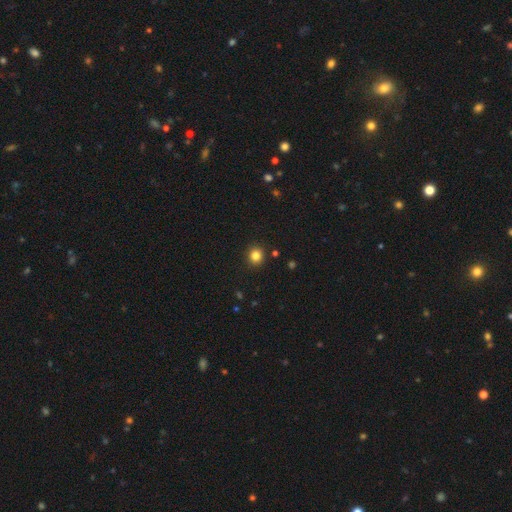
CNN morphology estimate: A smooth galaxy with no disk features (83%) that is round (87%).

Vote fractions:
- Smooth or featured? smooth: 83% / star or artifact: 12% / featured or disk: 5%
- How rounded? round: 87% / in between: 12% / cigar-shaped: 1%
- Merging? none: 91% / minor disturbance: 6% / major disturbance: 2% / merger: 2%